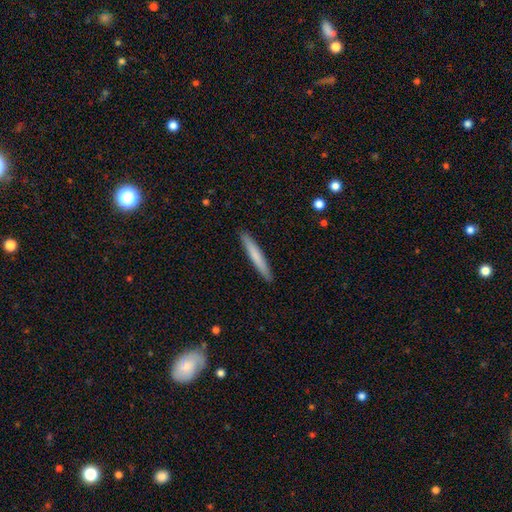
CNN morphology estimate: Overall: smooth (73%). How rounded: cigar-shaped (96%). Merging: none (92%).